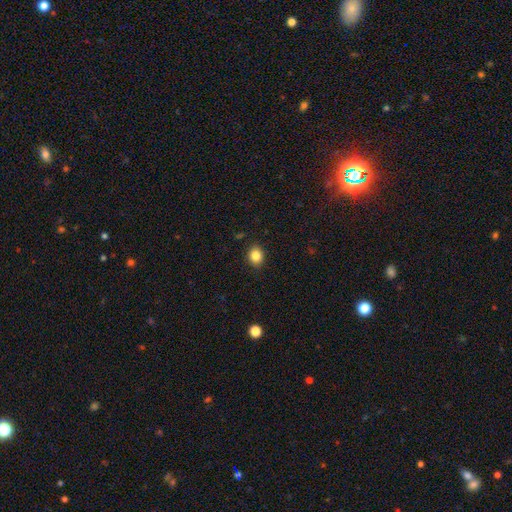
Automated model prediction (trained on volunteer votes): Q: Smooth or featured?
A: smooth (84%); runner-up: star or artifact (10%)
Q: How rounded?
A: round (57%); runner-up: in between (43%)
Q: Merging?
A: none (90%); runner-up: minor disturbance (7%)